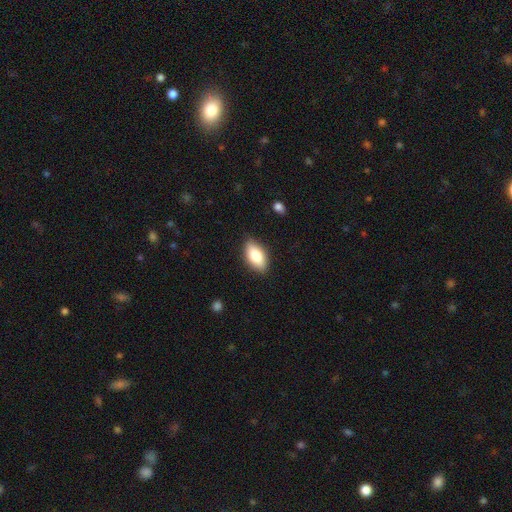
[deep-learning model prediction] Smooth or featured?
  - smooth: 79% *
  - featured or disk: 15%
  - star or artifact: 7%
How rounded?
  - in between: 89% *
  - cigar-shaped: 7%
  - round: 4%
Merging?
  - none: 86% *
  - minor disturbance: 11%
  - major disturbance: 2%
  - merger: 1%